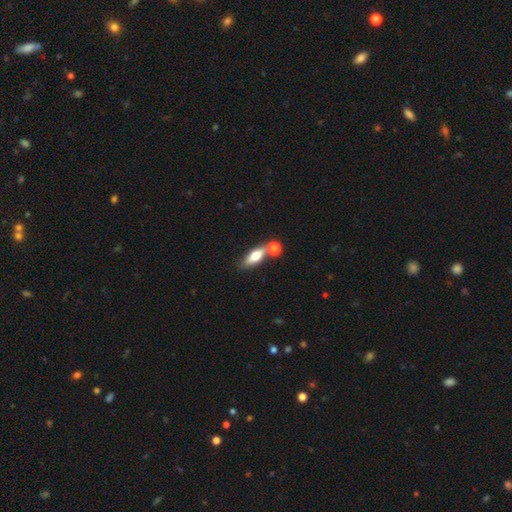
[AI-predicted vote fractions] smooth-or-featured: smooth: 64% | featured or disk: 28% | star or artifact: 8%
  how-rounded: in between: 61% | cigar-shaped: 33% | round: 6%
  merging: none: 55% | merger: 29% | minor disturbance: 12% | major disturbance: 4%